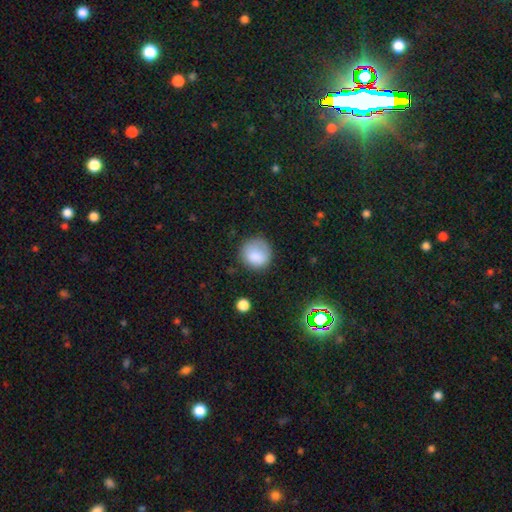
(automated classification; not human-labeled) smooth_or_featured: smooth (p=0.85) [alt: star or artifact p=0.09]
how_rounded: round (p=0.90) [alt: in between p=0.09]
merging: none (p=0.76) [alt: minor disturbance p=0.17]